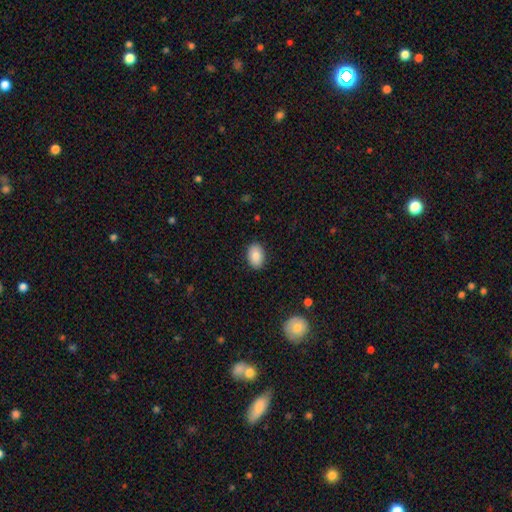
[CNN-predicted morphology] Smooth or featured?
  - smooth: 82% *
  - featured or disk: 10%
  - star or artifact: 7%
How rounded?
  - in between: 83% *
  - round: 16%
  - cigar-shaped: 1%
Merging?
  - none: 89% *
  - minor disturbance: 8%
  - major disturbance: 2%
  - merger: 1%